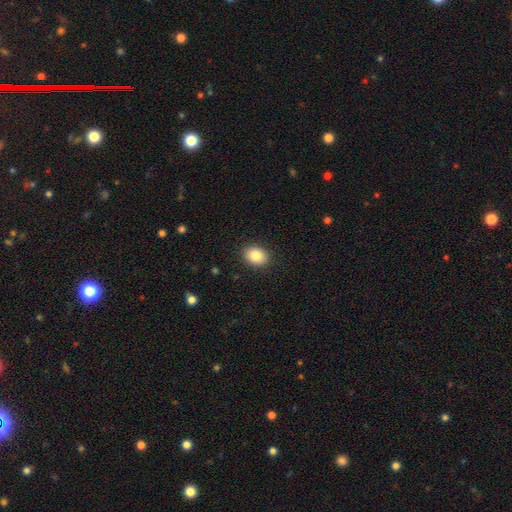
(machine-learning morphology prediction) Smooth or featured? smooth (85%)
How rounded? in between (68%)
Merging? none (90%)